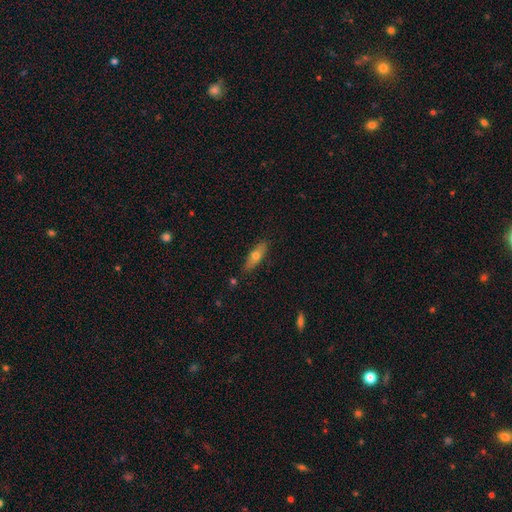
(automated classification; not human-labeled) Overall: smooth (61%; featured or disk 32%). How rounded: in between (51%; cigar-shaped 46%). Merging: none (84%).